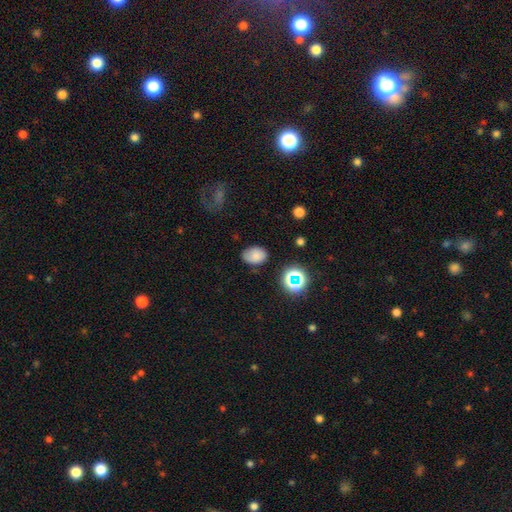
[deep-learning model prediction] Smooth or featured?
  - smooth: 76% *
  - star or artifact: 13%
  - featured or disk: 10%
How rounded?
  - in between: 77% *
  - round: 22%
  - cigar-shaped: 1%
Merging?
  - none: 70% *
  - minor disturbance: 22%
  - major disturbance: 5%
  - merger: 2%